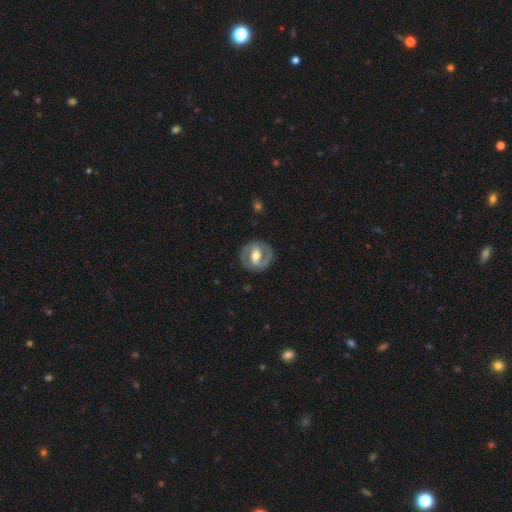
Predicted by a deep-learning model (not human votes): Smooth or featured? Predicted: featured or disk (p=0.76). Edge-on disk? Predicted: no (p=0.97). Bar? Predicted: strong (p=0.42). Spiral arms? Predicted: yes (p=0.82). Spiral winding? Predicted: medium (p=0.45). Spiral arm count? Predicted: 2 (p=0.85). Bulge size? Predicted: moderate (p=0.66). Merging? Predicted: none (p=0.83).